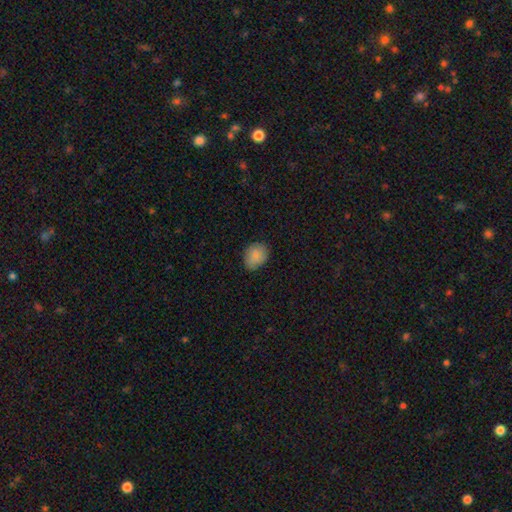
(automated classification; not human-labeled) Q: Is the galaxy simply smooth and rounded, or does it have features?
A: smooth — 88%.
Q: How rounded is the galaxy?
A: in between — 62%.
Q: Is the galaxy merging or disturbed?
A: none — 81%.